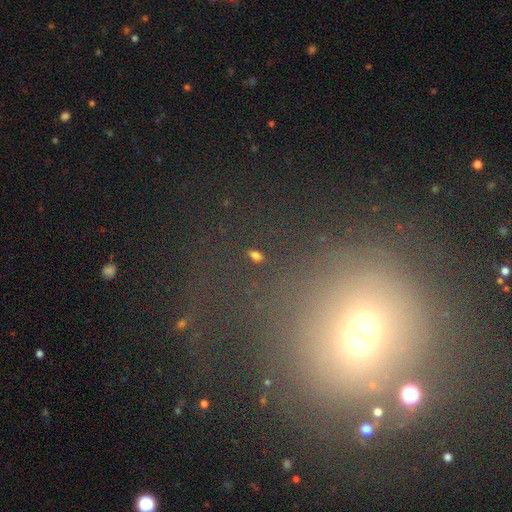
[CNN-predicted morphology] Q: Smooth or featured?
A: smooth (65%); runner-up: star or artifact (26%)
Q: How rounded?
A: in between (82%); runner-up: round (11%)
Q: Merging?
A: none (84%); runner-up: minor disturbance (9%)